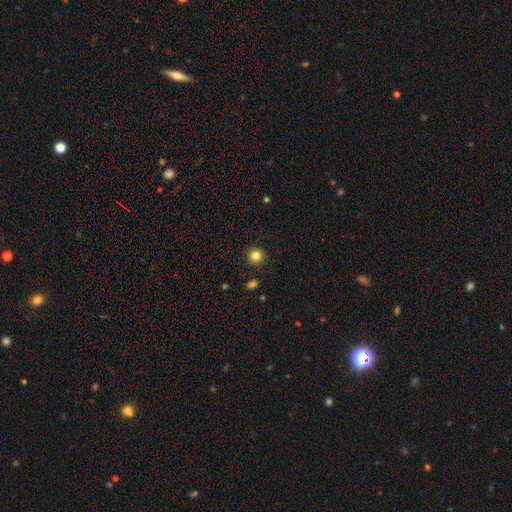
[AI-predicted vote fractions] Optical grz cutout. It shows a smooth galaxy with no disk features (84%) that is round (93%). Merging: none (92%).